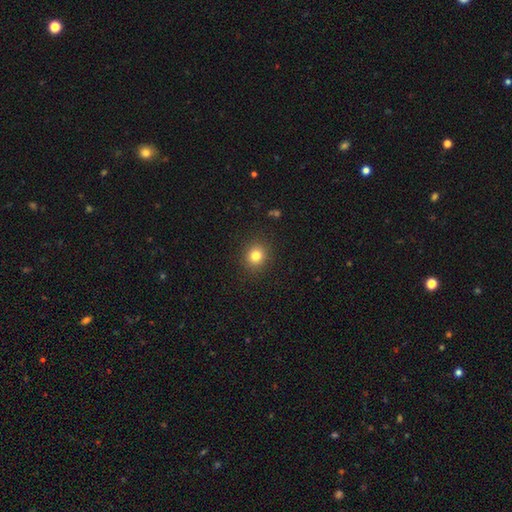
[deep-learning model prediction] Q: Smooth or featured?
A: smooth (81%); runner-up: star or artifact (12%)
Q: How rounded?
A: round (84%); runner-up: in between (15%)
Q: Merging?
A: none (90%); runner-up: minor disturbance (6%)